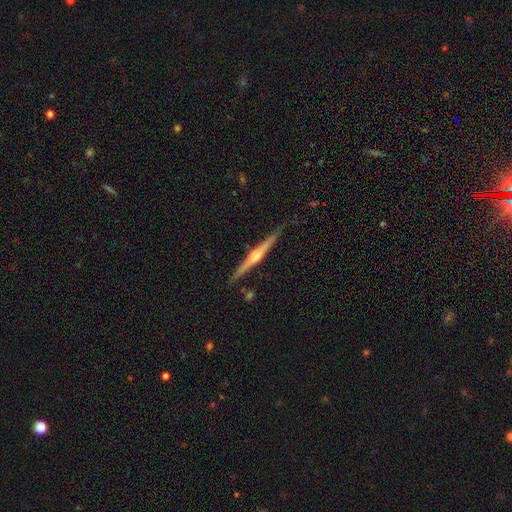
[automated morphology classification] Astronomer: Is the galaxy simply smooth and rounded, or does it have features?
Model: featured or disk — 79%.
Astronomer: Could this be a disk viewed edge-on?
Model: yes — 98%.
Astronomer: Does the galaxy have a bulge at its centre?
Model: rounded — 83%.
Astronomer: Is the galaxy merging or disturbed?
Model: none — 86%.